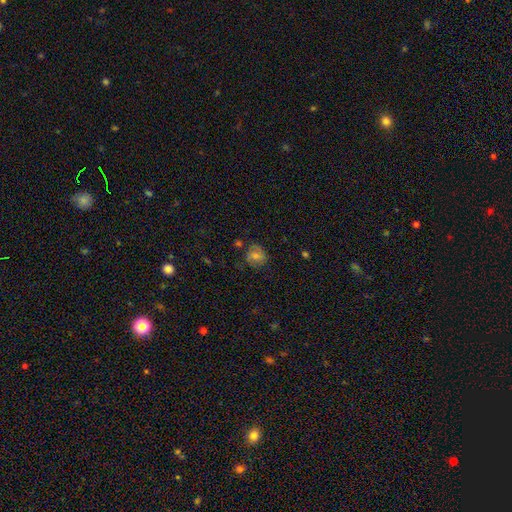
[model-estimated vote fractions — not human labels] Overall: smooth (55%; featured or disk 27%). How rounded: round (74%). Merging: none (72%).